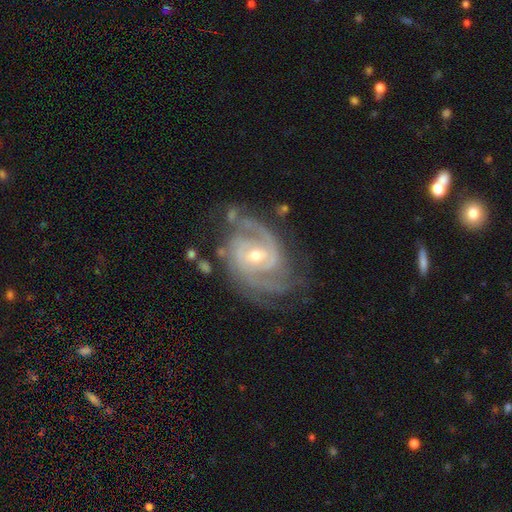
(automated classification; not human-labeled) A featured or disk galaxy (91%) with a weak bar (45%), 2 (49%) tight (55%) spiral arms (98%) and a small central bulge (50%).

Vote fractions:
- Smooth or featured? featured or disk: 91% / star or artifact: 5% / smooth: 4%
- Edge-on disk? no: 97% / yes: 3%
- Bar? weak: 45% / no: 39% / strong: 16%
- Spiral arms? yes: 98% / no: 2%
- Spiral winding? tight: 55% / medium: 38% / loose: 7%
- Spiral arm count? 2: 49% / 3: 22% / can't tell: 14% / 4: 6% / 1: 4% / more than 4: 4%
- Bulge size? small: 50% / moderate: 47% / large: 2% / none: 1% / dominant: 1%
- Merging? none: 65% / minor disturbance: 21% / major disturbance: 11% / merger: 3%